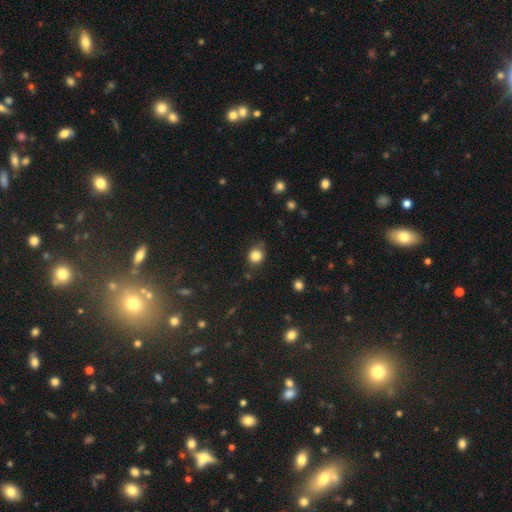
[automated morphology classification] This appears to be a smooth galaxy with no disk features (83%) that is round (78%). Merging: none (74%).